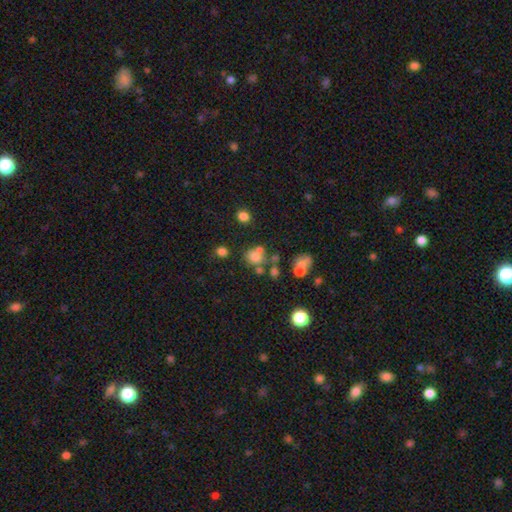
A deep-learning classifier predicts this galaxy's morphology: Overall: smooth (65%). How rounded: round (67%; in between 32%). Merging: none (45%; merger 31%).